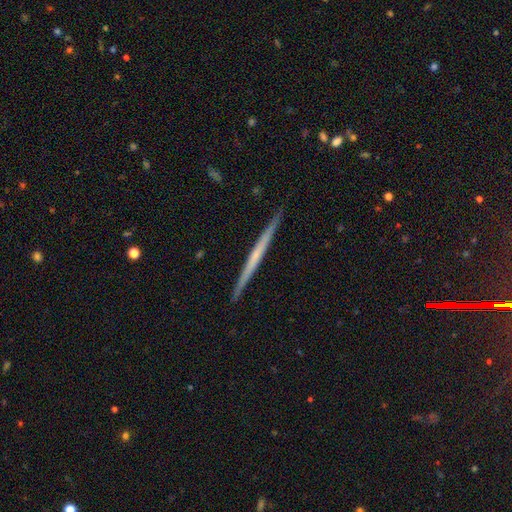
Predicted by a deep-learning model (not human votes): Smooth or featured: featured or disk — 62% (smooth — 33%)
Edge-on disk: yes — 98% (no — 2%)
Edge-on bulge: none — 83% (rounded — 12%)
Merging: none — 92% (minor disturbance — 6%)